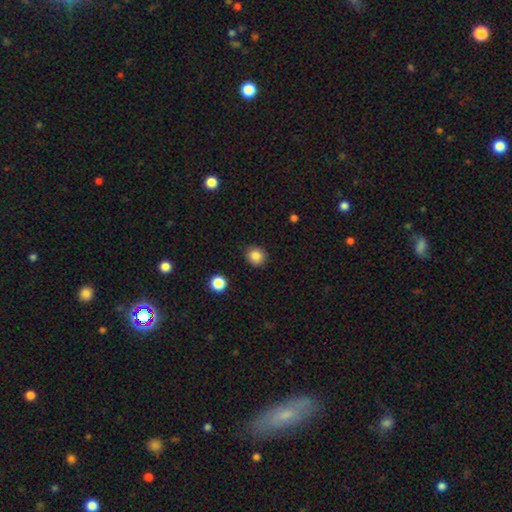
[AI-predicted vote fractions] smooth_or_featured: smooth (p=0.85) [alt: star or artifact p=0.10]
how_rounded: round (p=0.87) [alt: in between p=0.12]
merging: none (p=0.89) [alt: minor disturbance p=0.07]